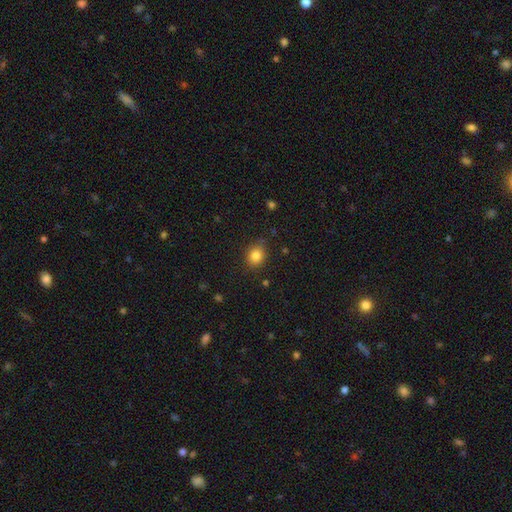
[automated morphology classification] Smooth or featured? Predicted: smooth (p=0.84). How rounded? Predicted: round (p=0.67). Merging? Predicted: none (p=0.83).